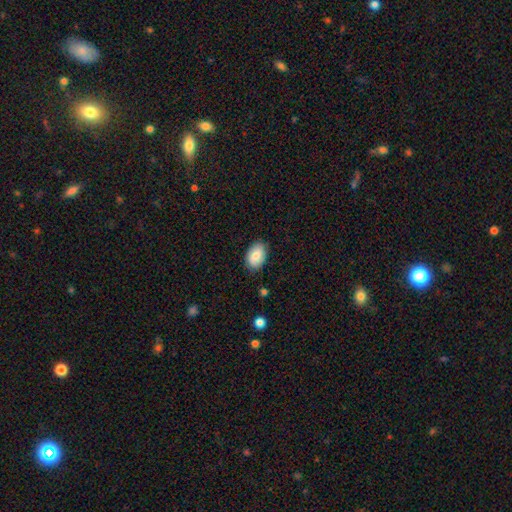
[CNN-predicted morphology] smooth 82%, featured or disk 12%, star or artifact 7%. Down the decision tree: how rounded — in between (88%); merging — none (84%).